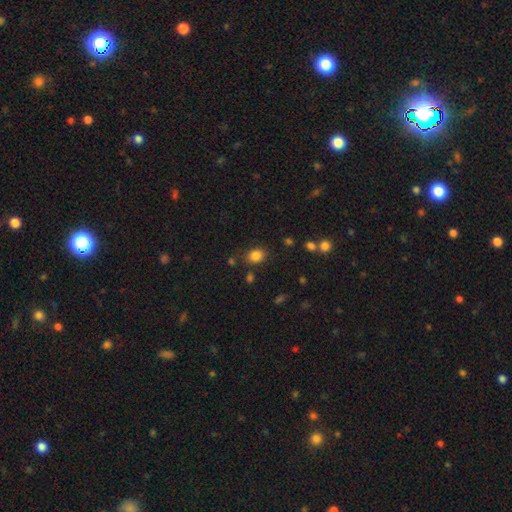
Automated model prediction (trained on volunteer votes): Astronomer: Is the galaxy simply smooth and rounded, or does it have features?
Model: smooth — 83%.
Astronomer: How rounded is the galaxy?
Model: in between — 58% (runner-up: round, 41%).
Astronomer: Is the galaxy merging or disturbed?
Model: none — 79%.